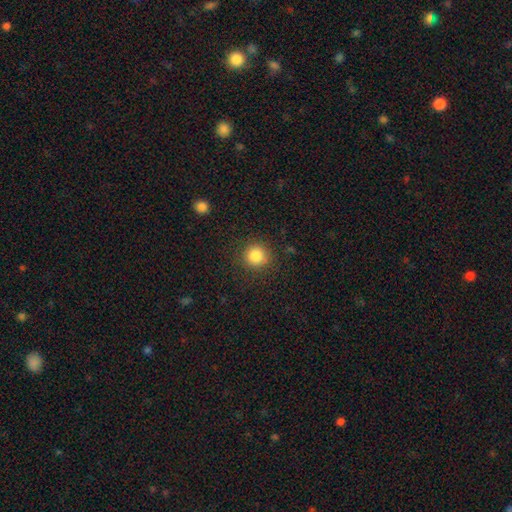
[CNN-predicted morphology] Overall: smooth (84%). How rounded: round (92%). Merging: none (88%).